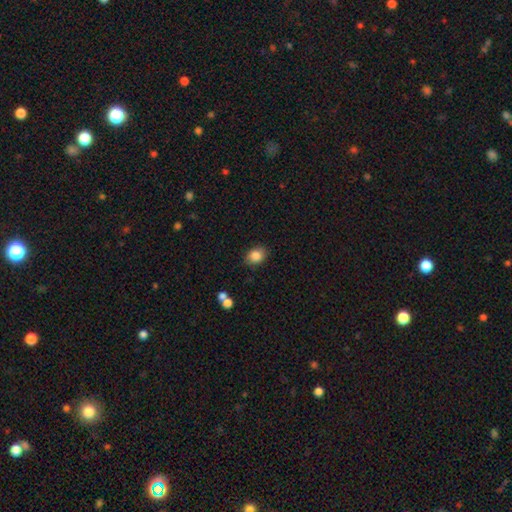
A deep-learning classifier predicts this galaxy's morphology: smooth 85%, star or artifact 9%, featured or disk 6%. Down the decision tree: how rounded — in between (57%); merging — none (84%).